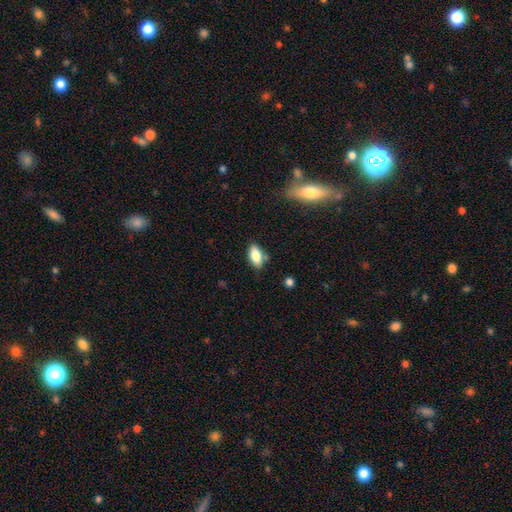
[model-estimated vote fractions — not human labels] A smooth galaxy with no disk features (80%) that is in between round and cigar-shaped (86%). Merging: none (76%).